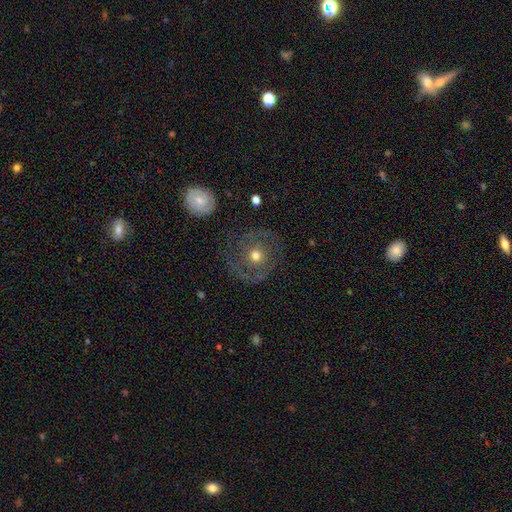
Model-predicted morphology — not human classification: featured or disk 63%, smooth 28%, star or artifact 9%. Down the decision tree: edge-on disk — no (97%); bar — no (81%); spiral arms — yes (65%); bulge size — moderate (69%); merging — none (72%).